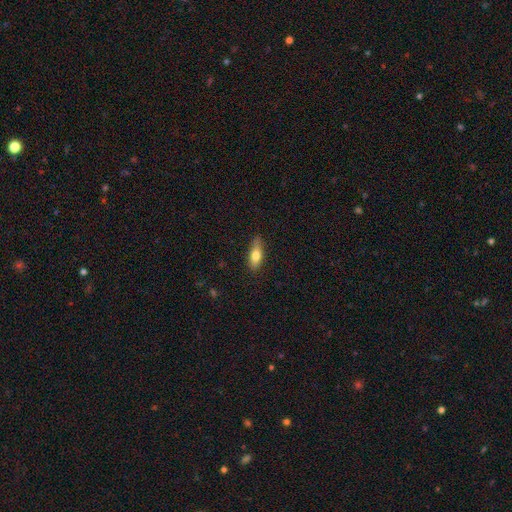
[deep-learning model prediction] Smooth or featured?
  - smooth: 71% *
  - featured or disk: 22%
  - star or artifact: 7%
How rounded?
  - in between: 63% *
  - cigar-shaped: 34%
  - round: 3%
Merging?
  - none: 76% *
  - minor disturbance: 19%
  - major disturbance: 3%
  - merger: 1%